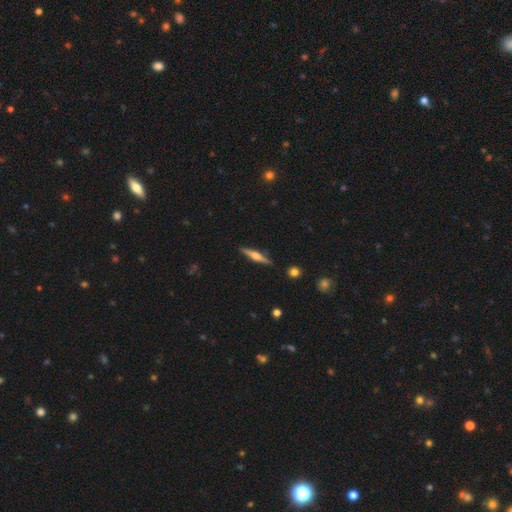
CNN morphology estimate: smooth-or-featured: featured or disk: 62% | smooth: 32% | star or artifact: 6%
  disk-edge-on: yes: 97% | no: 3%
    edge-on-bulge: rounded: 82% | boxy: 12% | none: 6%
  merging: none: 90% | minor disturbance: 7% | major disturbance: 2% | merger: 2%